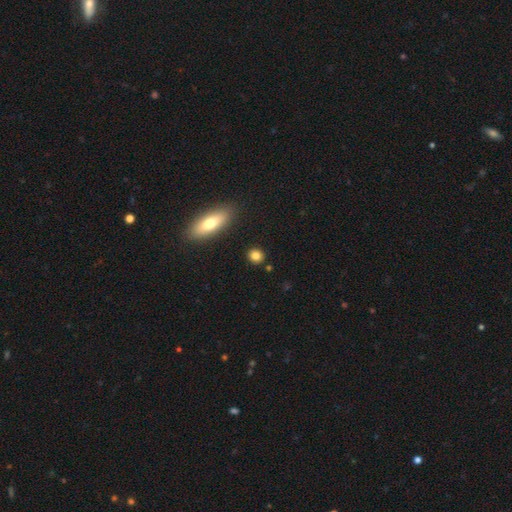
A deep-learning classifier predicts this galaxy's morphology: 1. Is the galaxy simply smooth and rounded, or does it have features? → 83% smooth, 10% star or artifact, 7% featured or disk.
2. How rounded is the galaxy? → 79% round, 18% in between, 3% cigar-shaped.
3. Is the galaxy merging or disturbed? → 87% none, 7% minor disturbance, 3% merger, 2% major disturbance.